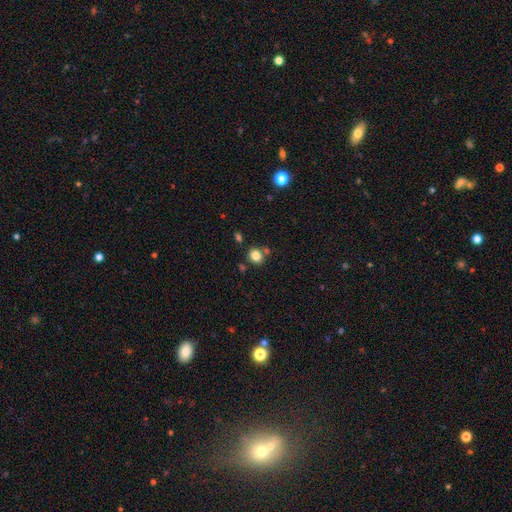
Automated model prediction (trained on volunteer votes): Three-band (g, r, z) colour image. It shows a smooth galaxy with no disk features (83%) that is round (75%). Merging: none (75%).